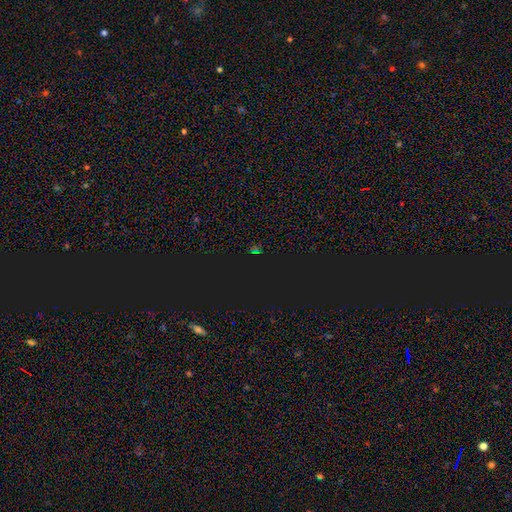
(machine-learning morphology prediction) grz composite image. It shows a star or artifact, not a galaxy (76%).